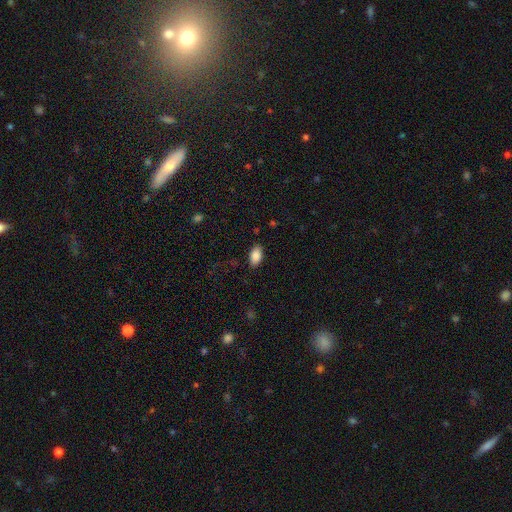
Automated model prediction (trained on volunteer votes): Overall: smooth (88%). How rounded: in between (93%). Merging: none (86%).